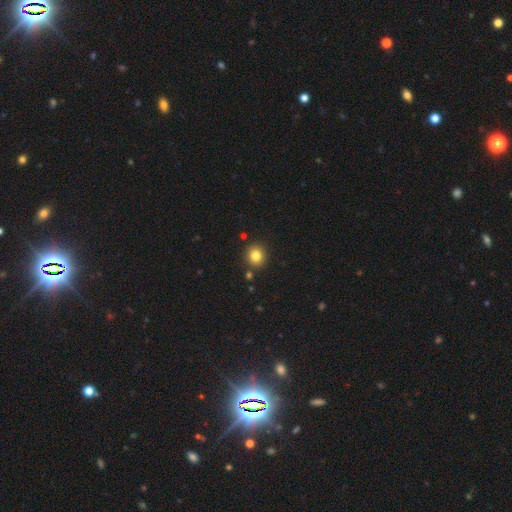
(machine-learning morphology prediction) This appears to be a smooth galaxy with no disk features (82%) that is round (85%). Merging: none (87%).